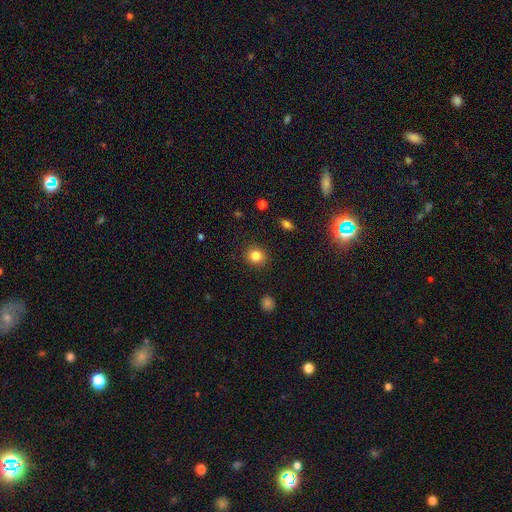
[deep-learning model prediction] A smooth galaxy with no disk features (83%) that is round (83%).

Vote fractions:
- Smooth or featured? smooth: 83% / star or artifact: 11% / featured or disk: 6%
- How rounded? round: 83% / in between: 16% / cigar-shaped: 1%
- Merging? none: 89% / minor disturbance: 7% / major disturbance: 3% / merger: 1%